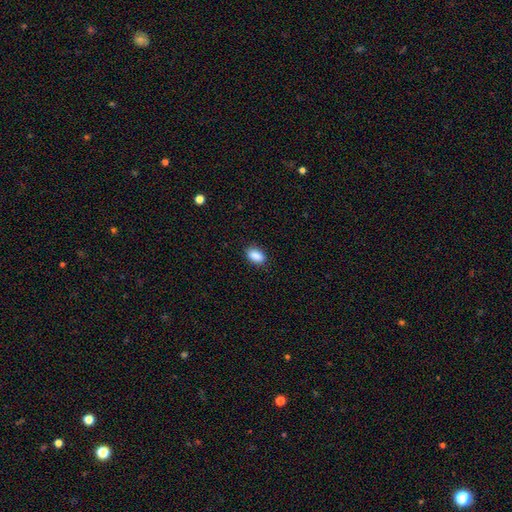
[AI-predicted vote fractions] This appears to be a smooth galaxy with no disk features (89%) that is in between round and cigar-shaped (89%). Merging: none (87%).